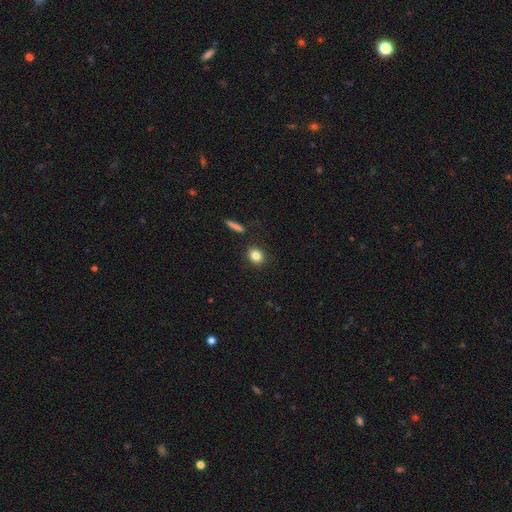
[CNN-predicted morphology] Smooth or featured? Predicted: smooth (p=0.84). How rounded? Predicted: round (p=0.61). Merging? Predicted: none (p=0.88).